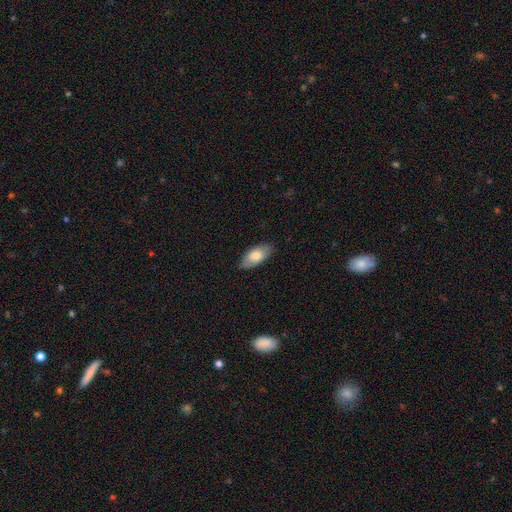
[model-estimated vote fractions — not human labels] Morphology: type=smooth (74%); roundness=in between (91%); merging=none (82%).